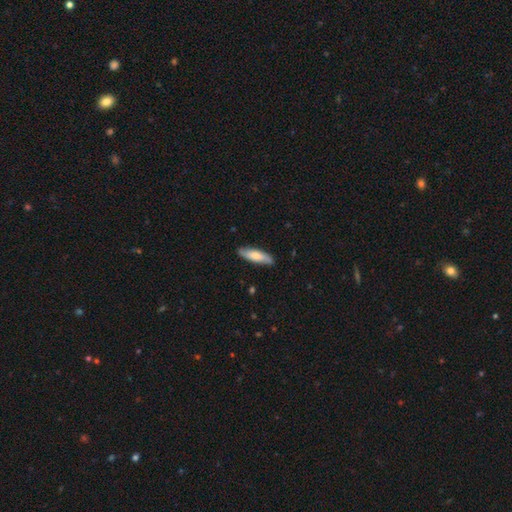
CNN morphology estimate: Smooth or featured?
  - smooth: 67% *
  - featured or disk: 28%
  - star or artifact: 5%
How rounded?
  - cigar-shaped: 59% *
  - in between: 39%
  - round: 2%
Merging?
  - none: 87% *
  - minor disturbance: 11%
  - major disturbance: 2%
  - merger: 1%